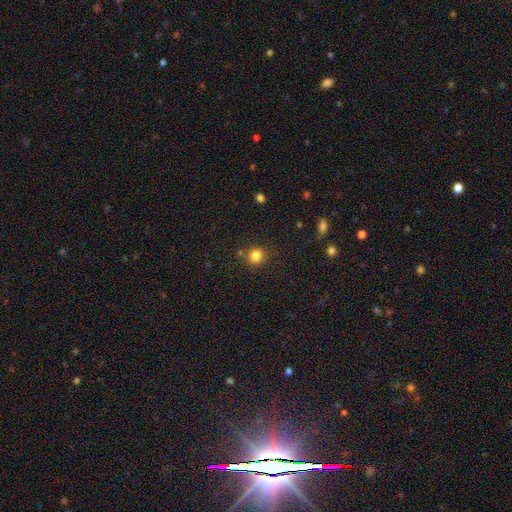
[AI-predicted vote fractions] A smooth galaxy with no disk features (82%) that is round (88%).

Vote fractions:
- Smooth or featured? smooth: 82% / star or artifact: 13% / featured or disk: 5%
- How rounded? round: 88% / in between: 11% / cigar-shaped: 1%
- Merging? none: 82% / minor disturbance: 9% / merger: 6% / major disturbance: 3%